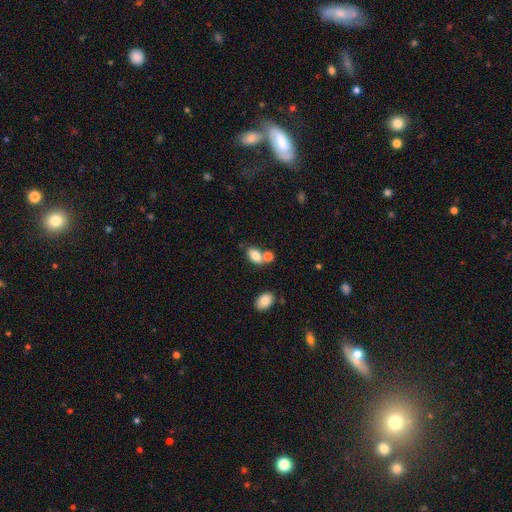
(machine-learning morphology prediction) Smooth or featured? Predicted: smooth (p=0.82). How rounded? Predicted: in between (p=0.88). Merging? Predicted: none (p=0.52).